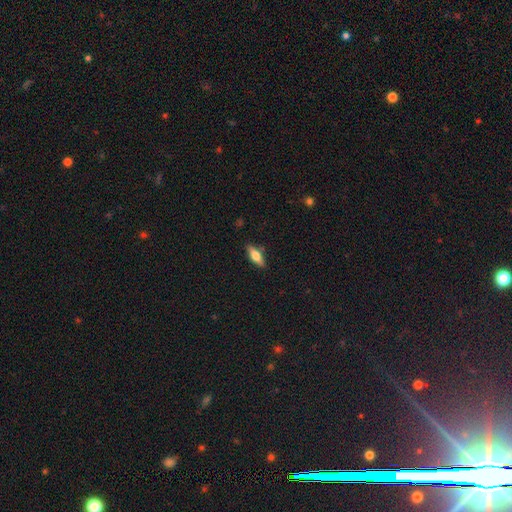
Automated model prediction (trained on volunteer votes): This appears to be a smooth galaxy with no disk features (60%) that is in between round and cigar-shaped (60%). Merging: none (85%).